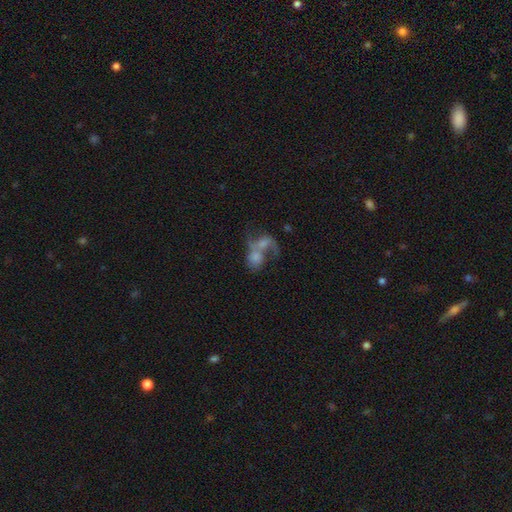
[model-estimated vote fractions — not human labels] Overall: featured or disk (50%; smooth 35%). Merging: merger (65%).